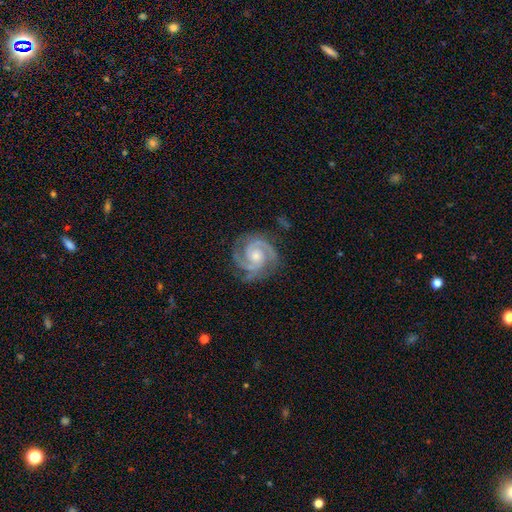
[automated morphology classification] The model was most divided on "bulge size": small: 50%, moderate: 44%, none: 2%, large: 2%, dominant: 1%. More confident: spiral arms — yes (99%); edge-on disk — no (98%); smooth or featured — featured or disk (92%); merging — none (79%); bar — no (68%); spiral winding — tight (61%); spiral arm count — 2 (52%).